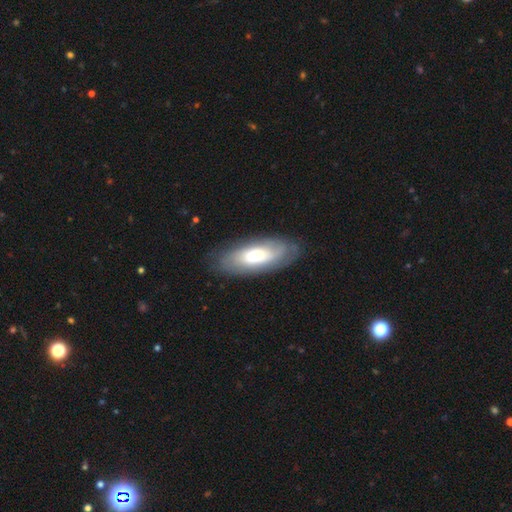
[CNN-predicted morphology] This is possibly a smooth galaxy (57%). How rounded: clearly in between (81%). Merging: likely none (80%).